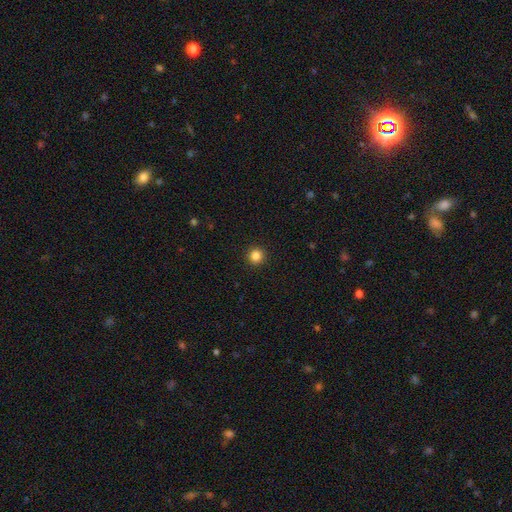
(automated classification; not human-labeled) A smooth galaxy with no disk features (85%) that is round (95%).

Vote fractions:
- Smooth or featured? smooth: 85% / star or artifact: 12% / featured or disk: 4%
- How rounded? round: 95% / in between: 4% / cigar-shaped: 1%
- Merging? none: 93% / minor disturbance: 4% / major disturbance: 2% / merger: 1%